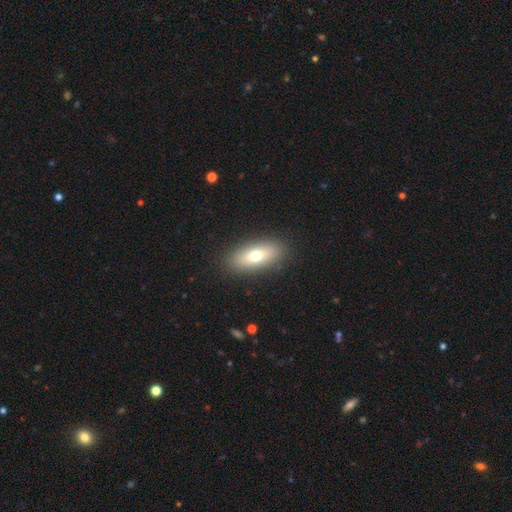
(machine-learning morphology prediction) Overall: smooth (69%). How rounded: in between (77%). Merging: none (88%).